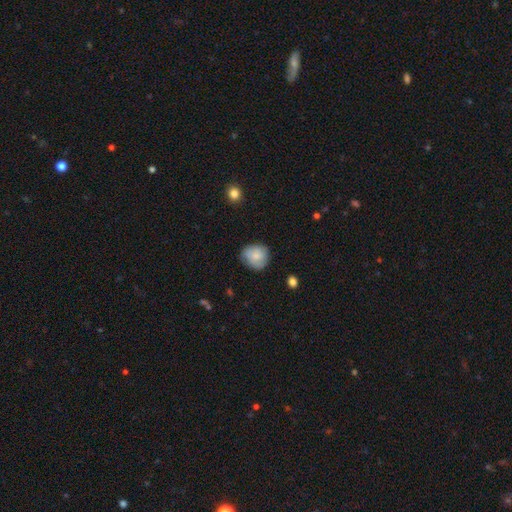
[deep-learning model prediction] Smooth or featured? smooth (72%)
How rounded? round (80%)
Merging? none (69%)